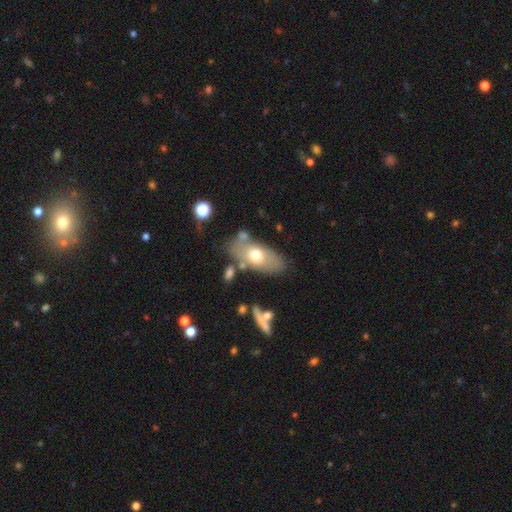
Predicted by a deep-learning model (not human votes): This is possibly a smooth galaxy (60%). How rounded: clearly in between (90%). Merging: likely none (63%).